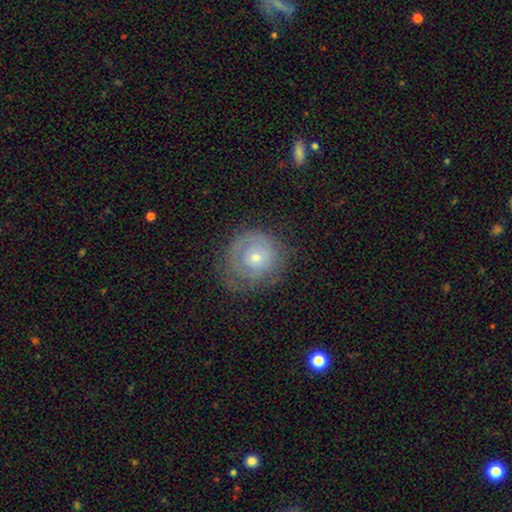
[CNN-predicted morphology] A featured or disk galaxy (53%) with no bar (83%), spiral arms (63%) and a small central bulge (56%).

Vote fractions:
- Smooth or featured? featured or disk: 53% / smooth: 39% / star or artifact: 8%
- Edge-on disk? no: 97% / yes: 3%
- Bar? no: 83% / weak: 15% / strong: 3%
- Spiral arms? yes: 63% / no: 37%
- Bulge size? small: 56% / moderate: 39% / large: 2% / none: 1% / dominant: 1%
- Merging? none: 68% / minor disturbance: 20% / major disturbance: 11% / merger: 1%